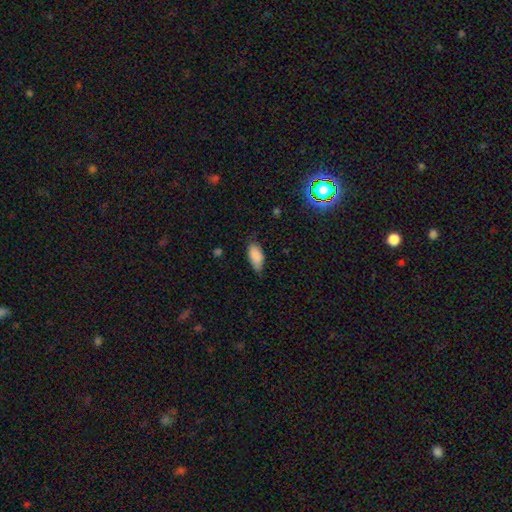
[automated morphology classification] Q: Smooth or featured?
A: smooth (87%); runner-up: star or artifact (8%)
Q: How rounded?
A: in between (90%); runner-up: cigar-shaped (8%)
Q: Merging?
A: none (65%); runner-up: minor disturbance (29%)